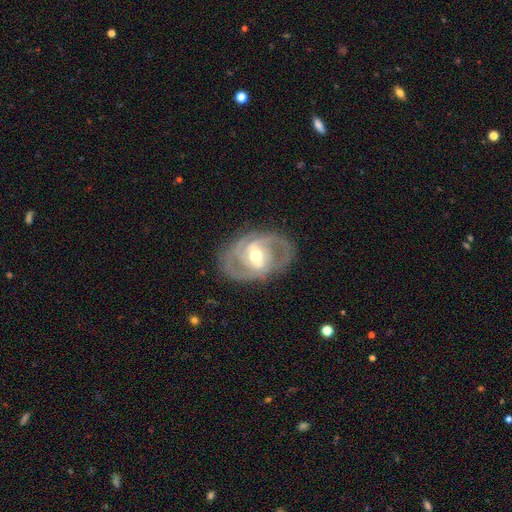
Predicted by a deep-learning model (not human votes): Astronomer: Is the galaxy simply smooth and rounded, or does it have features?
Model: featured or disk — 88%.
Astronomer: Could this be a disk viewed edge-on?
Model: no — 96%.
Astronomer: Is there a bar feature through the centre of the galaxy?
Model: weak — 44% (runner-up: strong, 34%).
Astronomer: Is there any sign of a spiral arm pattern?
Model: yes — 93%.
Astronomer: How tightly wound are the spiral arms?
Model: tight — 48% (runner-up: medium, 42%).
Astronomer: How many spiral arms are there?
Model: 2 — 57%.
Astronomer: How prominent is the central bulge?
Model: moderate — 69%.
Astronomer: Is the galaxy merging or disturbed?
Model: none — 77%.